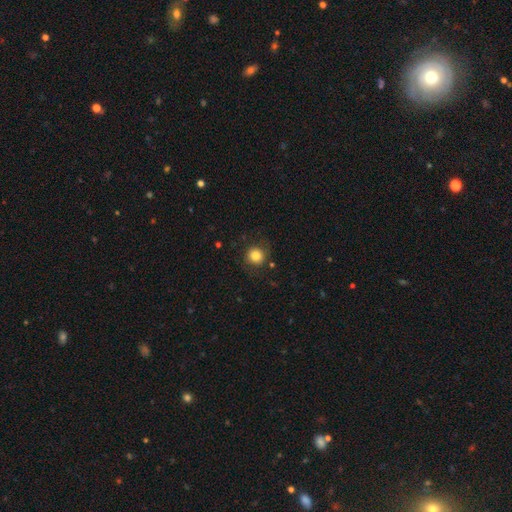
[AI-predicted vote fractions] A smooth galaxy with no disk features (82%) that is round (91%).

Vote fractions:
- Smooth or featured? smooth: 82% / star or artifact: 11% / featured or disk: 7%
- How rounded? round: 91% / in between: 8% / cigar-shaped: 1%
- Merging? none: 82% / minor disturbance: 12% / major disturbance: 5% / merger: 2%